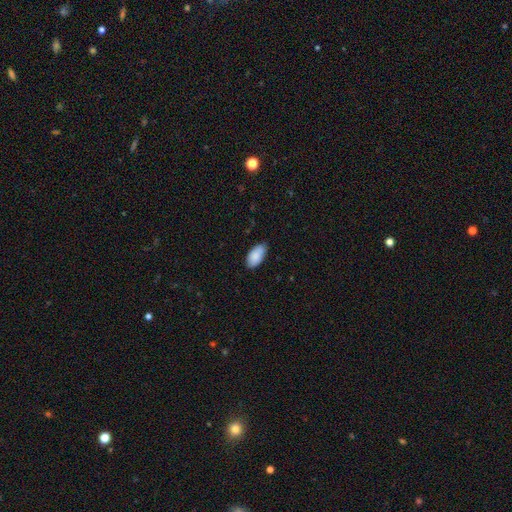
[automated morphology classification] smooth 88%, star or artifact 6%, featured or disk 6%. Down the decision tree: how rounded — in between (95%); merging — none (82%).